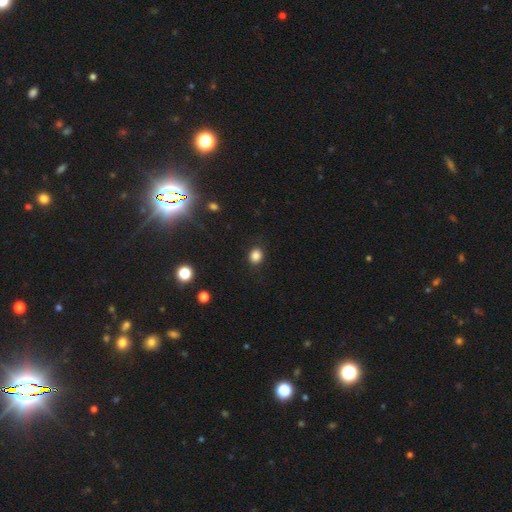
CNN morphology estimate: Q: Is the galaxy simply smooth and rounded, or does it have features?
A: smooth — 84%.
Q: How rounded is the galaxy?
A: round — 67%.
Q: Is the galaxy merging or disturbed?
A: none — 87%.